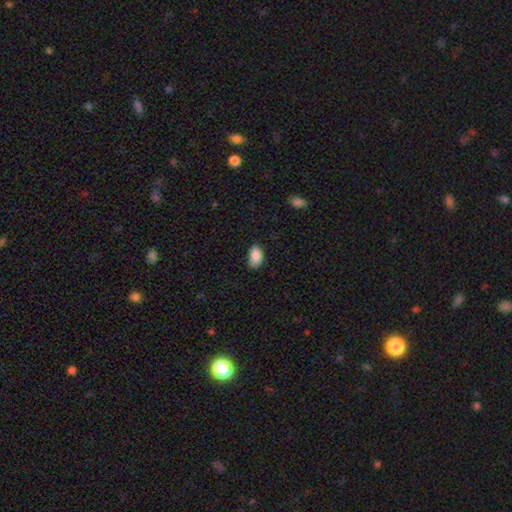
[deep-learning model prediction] Smooth or featured: smooth — 89% (star or artifact — 7%)
How rounded: in between — 93% (round — 6%)
Merging: none — 70% (minor disturbance — 24%)